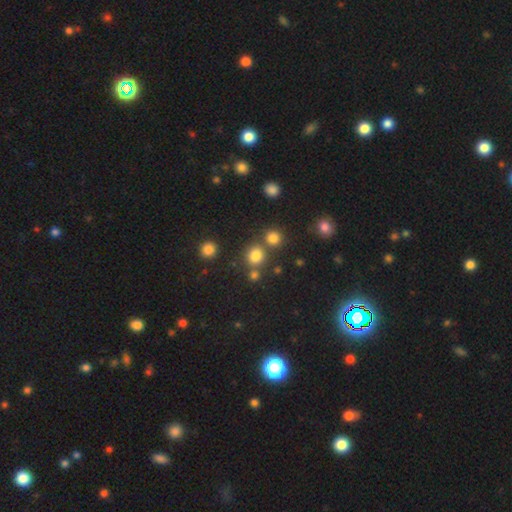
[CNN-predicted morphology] A smooth galaxy with no disk features (79%) that is round (84%). Merging: none (71%).